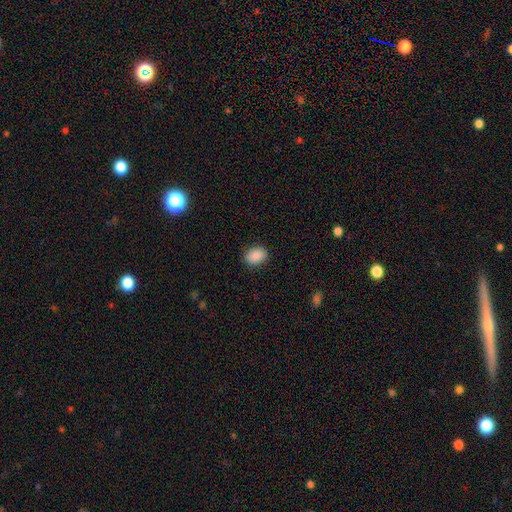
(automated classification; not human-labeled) smooth-or-featured: smooth: 88% | star or artifact: 8% | featured or disk: 4%
  how-rounded: in between: 64% | round: 35% | cigar-shaped: 1%
  merging: none: 89% | minor disturbance: 8% | major disturbance: 2% | merger: 1%